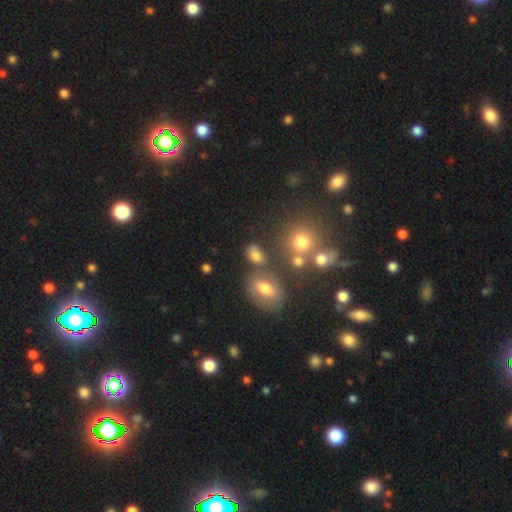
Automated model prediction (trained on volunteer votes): Overall: smooth (73%). How rounded: in between (72%). Merging: none (58%; merger 19%).